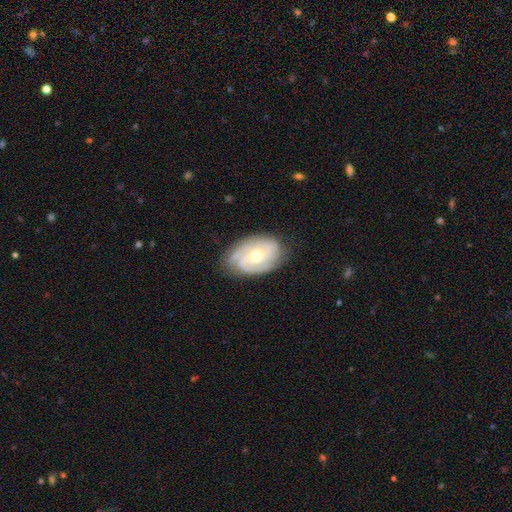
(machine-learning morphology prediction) Smooth or featured? featured or disk (85%)
Edge-on disk? no (96%)
Bar? no (68%)
Spiral arms? yes (96%)
Spiral winding? tight (68%)
Spiral arm count? 3 (36%)
Bulge size? moderate (53%)
Merging? none (78%)